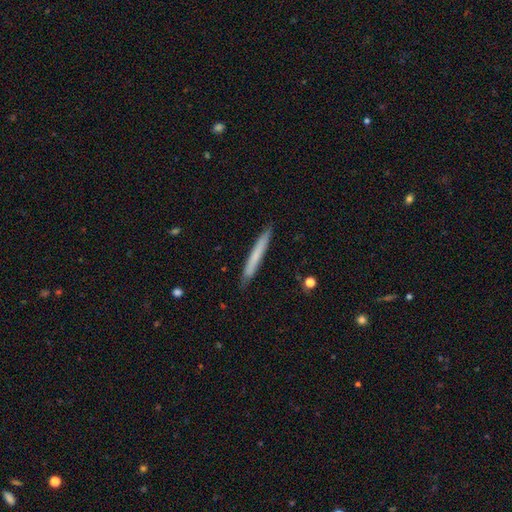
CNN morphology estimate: A smooth galaxy with no disk features (65%) that is cigar-shaped (97%). Merging: none (88%).